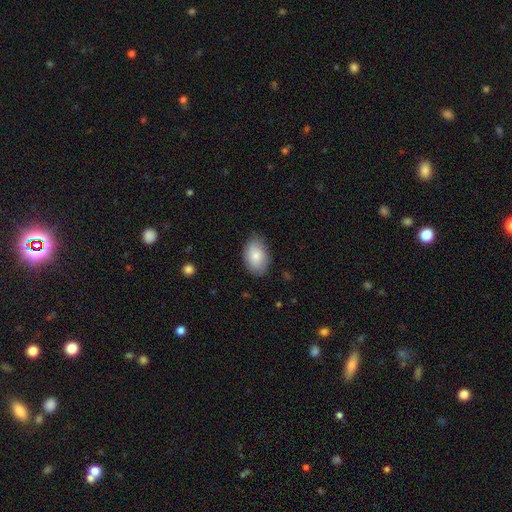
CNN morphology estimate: smooth-or-featured: smooth: 82% | featured or disk: 11% | star or artifact: 6%
  how-rounded: in between: 88% | round: 11% | cigar-shaped: 1%
  merging: none: 79% | minor disturbance: 17% | major disturbance: 3% | merger: 1%